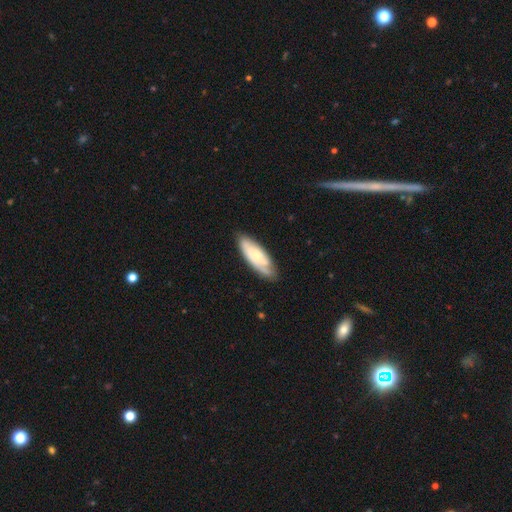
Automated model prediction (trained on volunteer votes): This appears to be a smooth galaxy with no disk features (48%). Merging: none (72%).